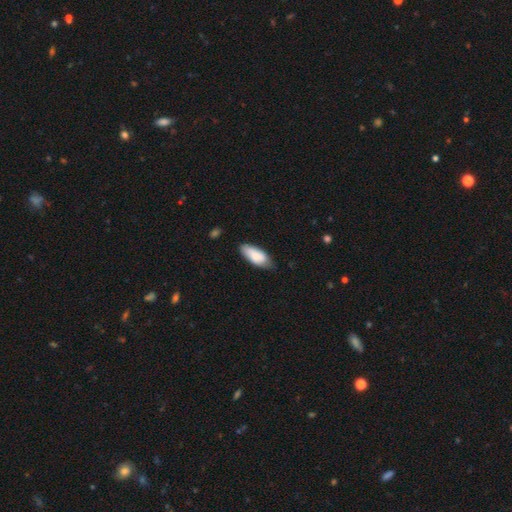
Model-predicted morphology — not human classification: The model was most divided on "merging": none: 69%, minor disturbance: 26%, major disturbance: 4%, merger: 2%. More confident: smooth or featured — smooth (85%); how rounded — in between (83%).